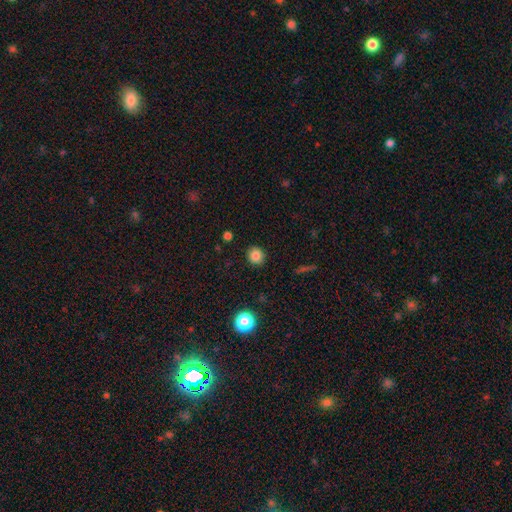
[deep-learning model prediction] smooth-or-featured: smooth: 83% | star or artifact: 11% | featured or disk: 6%
  how-rounded: round: 89% | in between: 10% | cigar-shaped: 1%
  merging: none: 91% | minor disturbance: 6% | major disturbance: 2% | merger: 1%